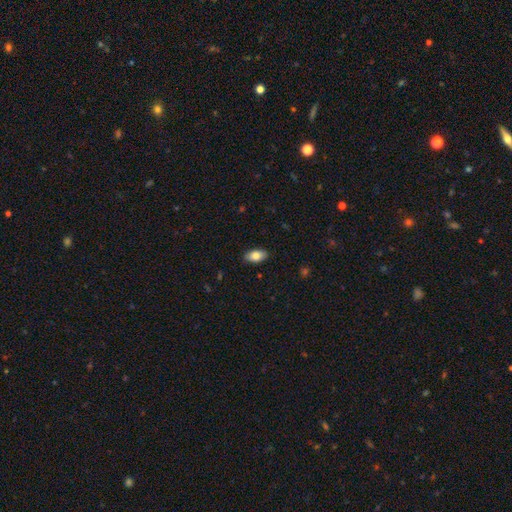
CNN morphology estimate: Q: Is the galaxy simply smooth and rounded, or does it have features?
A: smooth — 81%.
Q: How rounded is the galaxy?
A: in between — 92%.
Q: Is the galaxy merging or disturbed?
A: none — 87%.